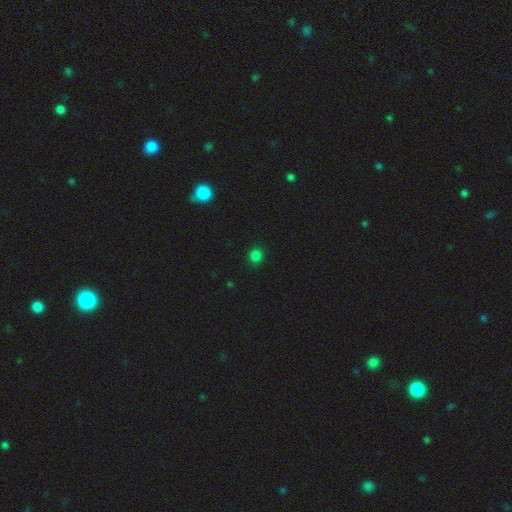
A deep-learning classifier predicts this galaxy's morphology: Q: Smooth or featured?
A: smooth (82%); runner-up: star or artifact (16%)
Q: How rounded?
A: round (89%); runner-up: in between (10%)
Q: Merging?
A: none (91%); runner-up: minor disturbance (6%)